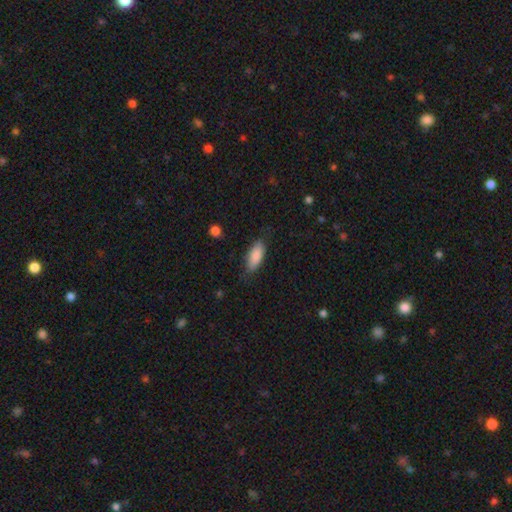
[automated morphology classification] Smooth or featured?
  - smooth: 86% *
  - featured or disk: 8%
  - star or artifact: 6%
How rounded?
  - in between: 81% *
  - cigar-shaped: 17%
  - round: 2%
Merging?
  - none: 76% *
  - minor disturbance: 19%
  - major disturbance: 4%
  - merger: 1%